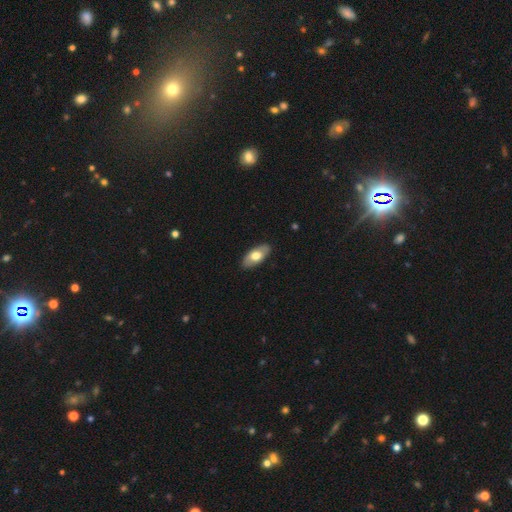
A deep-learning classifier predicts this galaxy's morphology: Smooth or featured? smooth (62%)
How rounded? in between (92%)
Merging? none (87%)